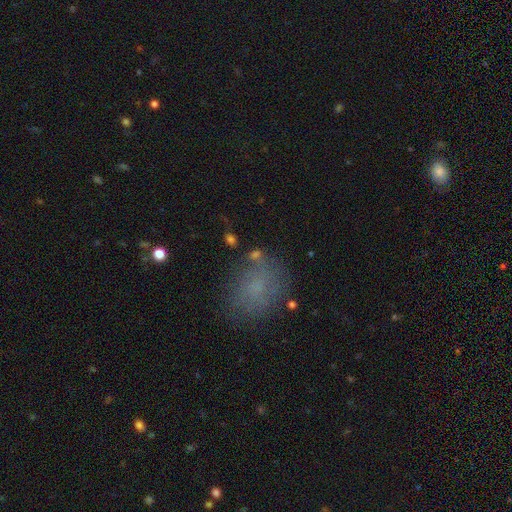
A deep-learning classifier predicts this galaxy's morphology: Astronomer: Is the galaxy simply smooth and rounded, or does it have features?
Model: smooth — 55%.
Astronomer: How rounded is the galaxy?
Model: round — 50% (runner-up: in between, 48%).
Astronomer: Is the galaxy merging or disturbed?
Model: none — 60%.